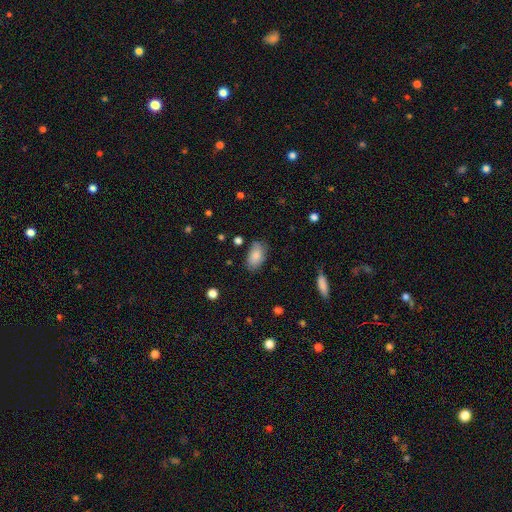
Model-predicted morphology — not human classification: The model was most divided on "merging": none: 74%, minor disturbance: 19%, major disturbance: 4%, merger: 2%. More confident: how rounded — in between (93%); smooth or featured — smooth (84%).